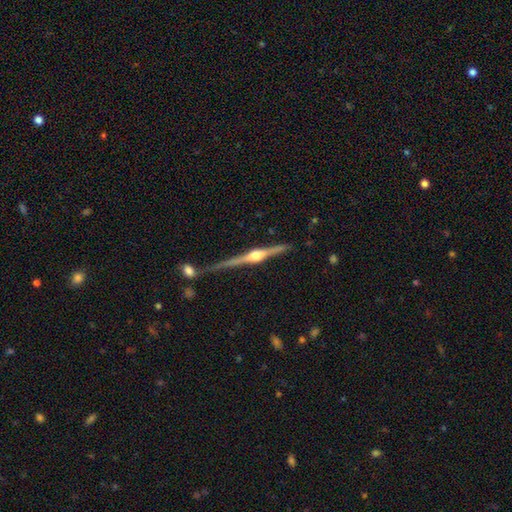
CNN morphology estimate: featured or disk 85%, smooth 9%, star or artifact 6%. Down the decision tree: edge-on disk — yes (98%); edge-on bulge — rounded (95%); merging — none (73%).